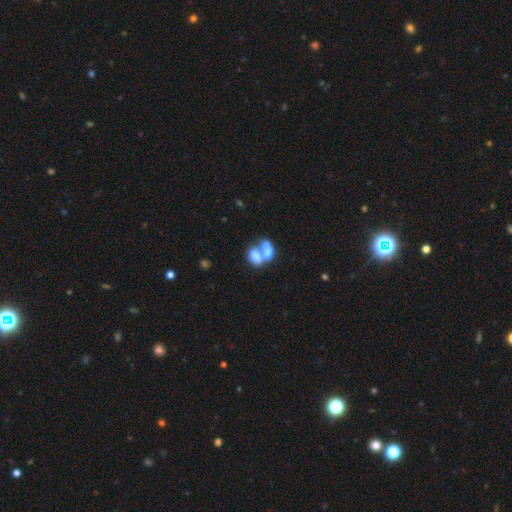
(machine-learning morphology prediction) Smooth or featured? Predicted: smooth (p=0.68). How rounded? Predicted: in between (p=0.82). Merging? Predicted: merger (p=0.74).